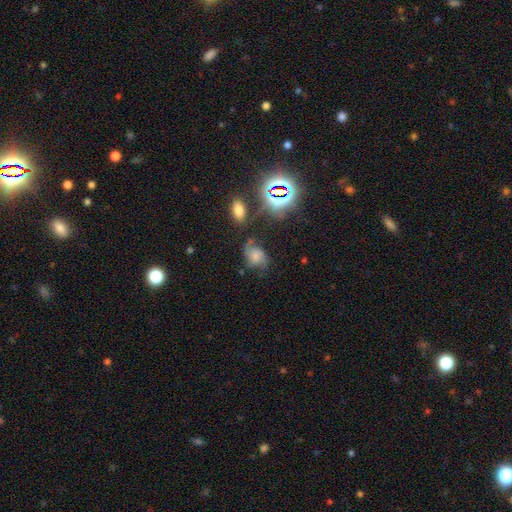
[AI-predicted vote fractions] A smooth galaxy with no disk features (43%).

Vote fractions:
- Smooth or featured? smooth: 43% / featured or disk: 36% / star or artifact: 21%
- Merging? none: 51% / minor disturbance: 28% / major disturbance: 15% / merger: 7%